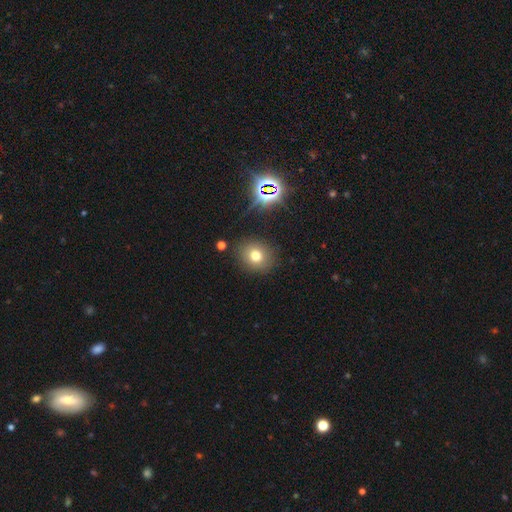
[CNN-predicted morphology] Q: Smooth or featured?
A: smooth (71%); runner-up: star or artifact (19%)
Q: How rounded?
A: round (73%); runner-up: in between (26%)
Q: Merging?
A: none (86%); runner-up: minor disturbance (8%)